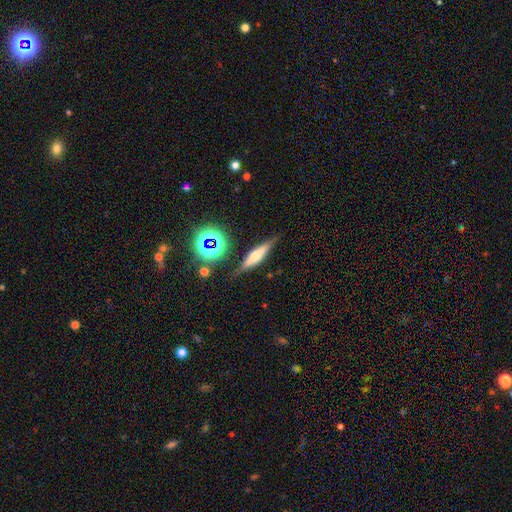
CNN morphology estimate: Smooth or featured? smooth (45%)
Merging? none (78%)